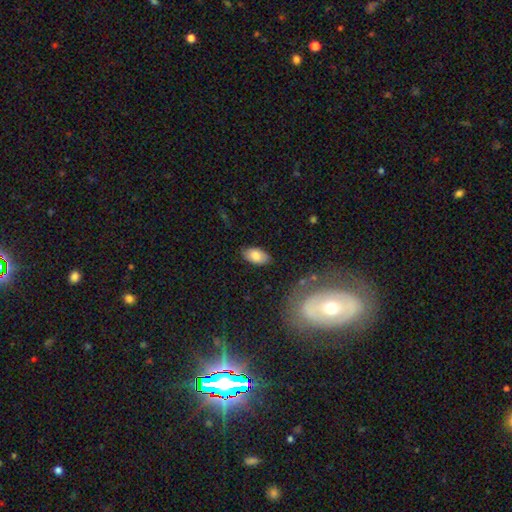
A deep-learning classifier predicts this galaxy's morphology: The model was most divided on "smooth or featured": smooth: 81%, featured or disk: 12%, star or artifact: 7%. More confident: how rounded — in between (94%); merging — none (82%).